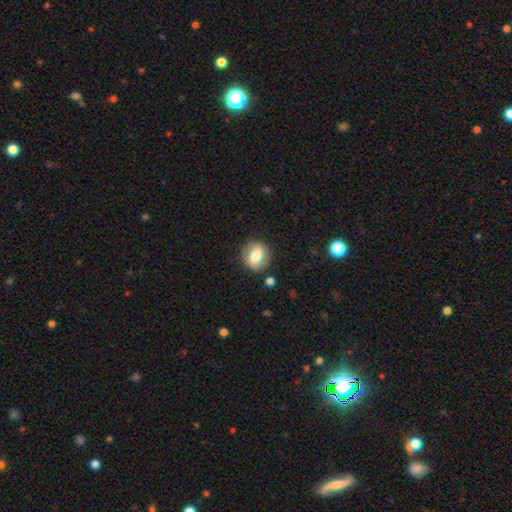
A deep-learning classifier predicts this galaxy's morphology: smooth-or-featured: smooth: 65% | featured or disk: 27% | star or artifact: 8%
  how-rounded: round: 69% | in between: 29% | cigar-shaped: 2%
  merging: none: 83% | minor disturbance: 11% | major disturbance: 4% | merger: 2%